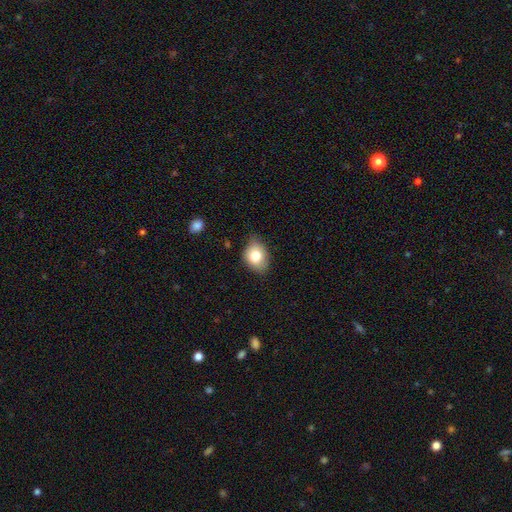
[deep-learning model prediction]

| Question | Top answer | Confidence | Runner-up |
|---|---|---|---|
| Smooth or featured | smooth | 77% | featured or disk (14%) |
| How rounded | in between | 66% | round (33%) |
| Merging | none | 68% | minor disturbance (26%) |